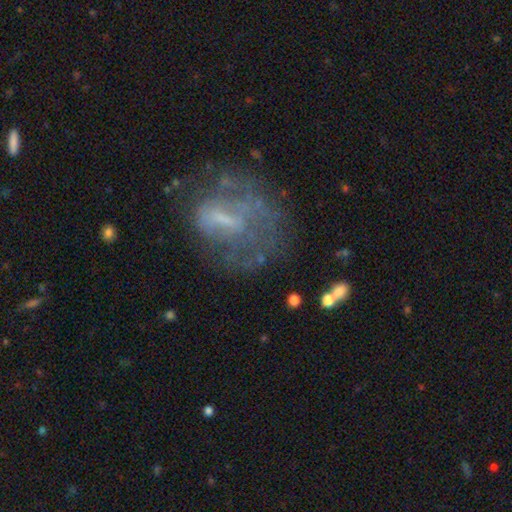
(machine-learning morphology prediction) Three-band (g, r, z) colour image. It shows a featured or disk galaxy (58%) with no bar (45%), no spiral arms (63%) and a small central bulge (39%). Merging: none (49%).